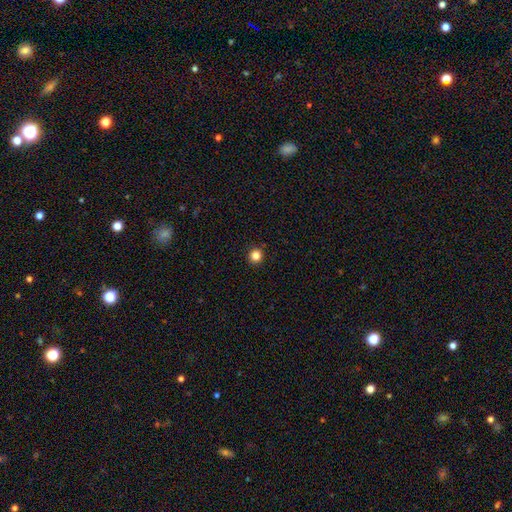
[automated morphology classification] smooth-or-featured: smooth: 83% | star or artifact: 13% | featured or disk: 4%
  how-rounded: round: 93% | in between: 6% | cigar-shaped: 1%
  merging: none: 93% | minor disturbance: 4% | major disturbance: 1% | merger: 1%